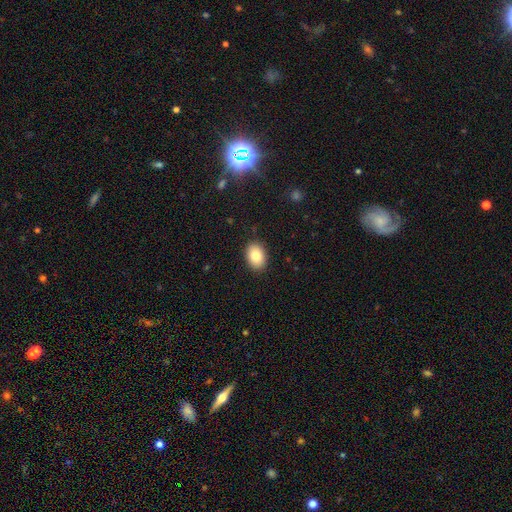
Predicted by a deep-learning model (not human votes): A smooth galaxy with no disk features (85%) that is in between round and cigar-shaped (81%). Merging: none (89%).